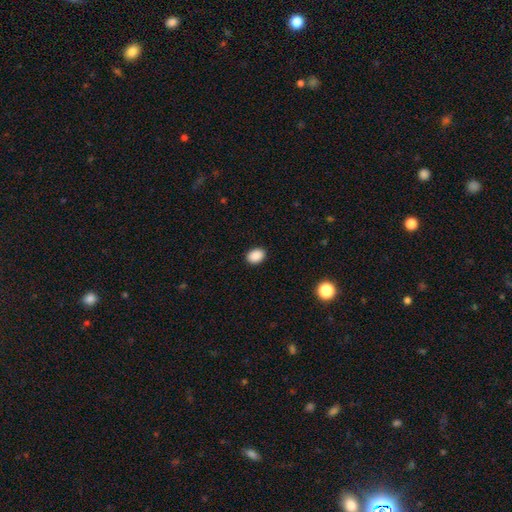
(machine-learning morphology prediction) A smooth galaxy with no disk features (90%) that is in between round and cigar-shaped (72%).

Vote fractions:
- Smooth or featured? smooth: 90% / star or artifact: 8% / featured or disk: 2%
- How rounded? in between: 72% / round: 27% / cigar-shaped: 1%
- Merging? none: 89% / minor disturbance: 8% / major disturbance: 2% / merger: 1%